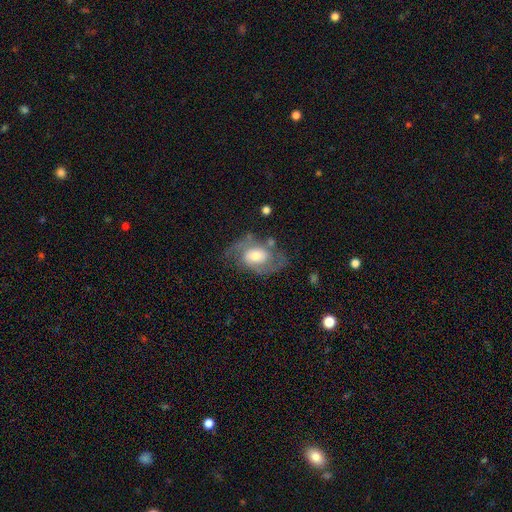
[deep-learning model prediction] Smooth or featured? Predicted: featured or disk (p=0.74). Edge-on disk? Predicted: no (p=0.96). Bar? Predicted: no (p=0.60). Spiral arms? Predicted: yes (p=0.87). Spiral winding? Predicted: medium (p=0.50). Spiral arm count? Predicted: 2 (p=0.78). Bulge size? Predicted: moderate (p=0.59). Merging? Predicted: none (p=0.59).